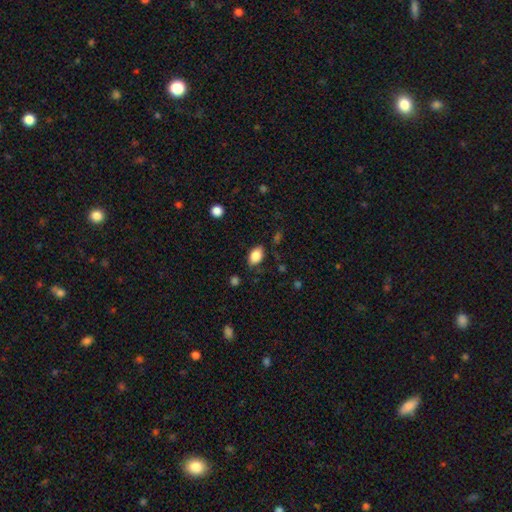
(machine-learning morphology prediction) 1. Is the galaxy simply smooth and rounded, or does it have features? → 86% smooth, 8% star or artifact, 7% featured or disk.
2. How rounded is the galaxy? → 88% in between, 10% round, 2% cigar-shaped.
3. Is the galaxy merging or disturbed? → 78% none, 16% minor disturbance, 4% major disturbance, 2% merger.